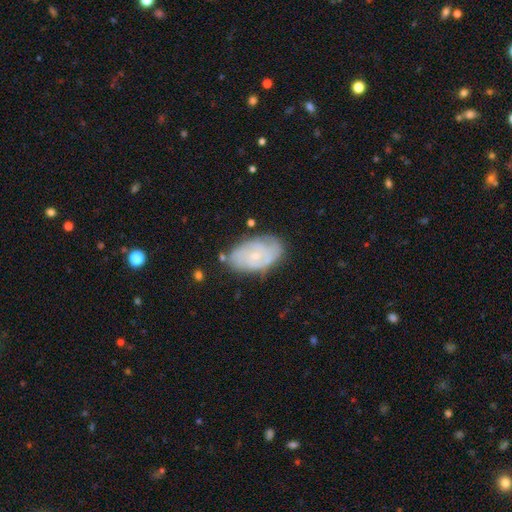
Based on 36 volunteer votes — featured or disk 64%, smooth 33%, star or artifact 3%. Down the decision tree: edge-on disk — no (87%); bar — no (60%); spiral arms — yes (85%); spiral arm count — can't tell (59%); spiral winding — tight (65%); bulge size — small (55%); merging — none (63%).